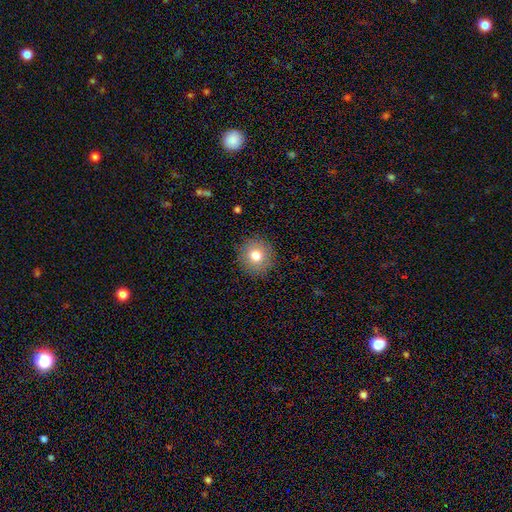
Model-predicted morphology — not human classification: Smooth or featured: smooth — 77% (featured or disk — 11%)
How rounded: round — 92% (in between — 7%)
Merging: none — 90% (minor disturbance — 7%)